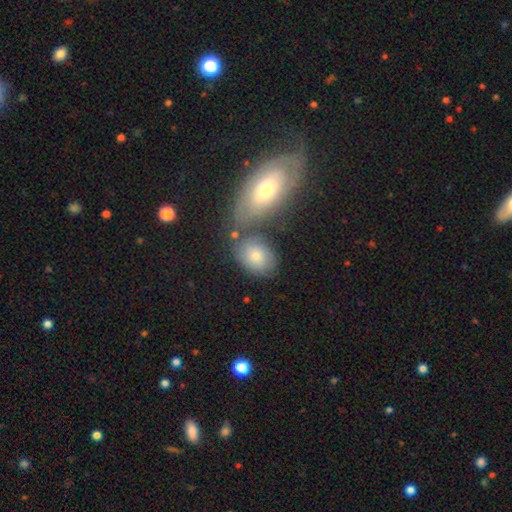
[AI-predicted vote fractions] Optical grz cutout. It shows a smooth galaxy with no disk features (68%) that is in between round and cigar-shaped (72%). Merging: none (58%).